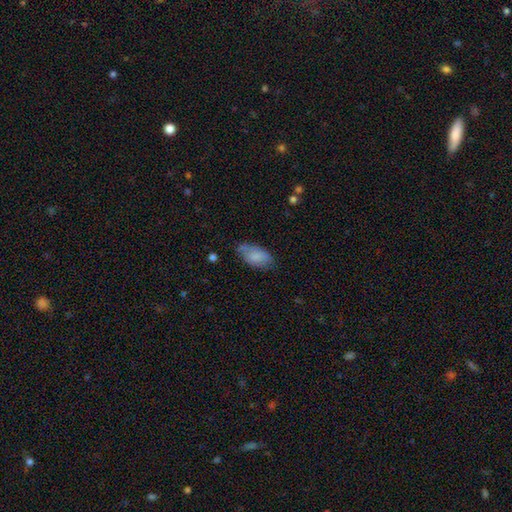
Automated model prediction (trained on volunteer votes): Smooth or featured? Predicted: smooth (p=0.75). How rounded? Predicted: in between (p=0.94). Merging? Predicted: none (p=0.60).